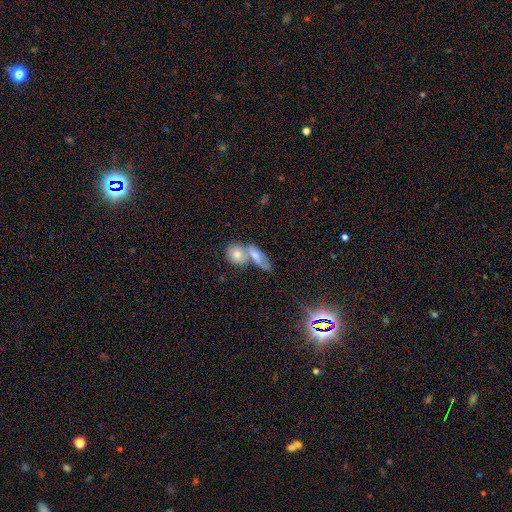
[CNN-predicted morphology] Overall: smooth (69%). How rounded: in between (65%). Merging: merger (60%; none 27%).